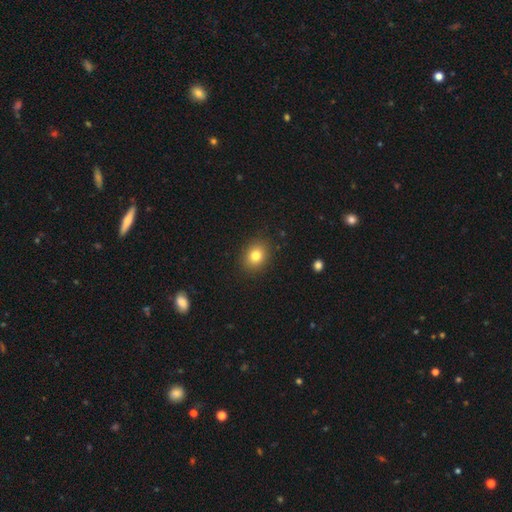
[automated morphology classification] The model was most divided on "how rounded": round: 54%, in between: 45%, cigar-shaped: 1%. More confident: merging — none (88%); smooth or featured — smooth (80%).